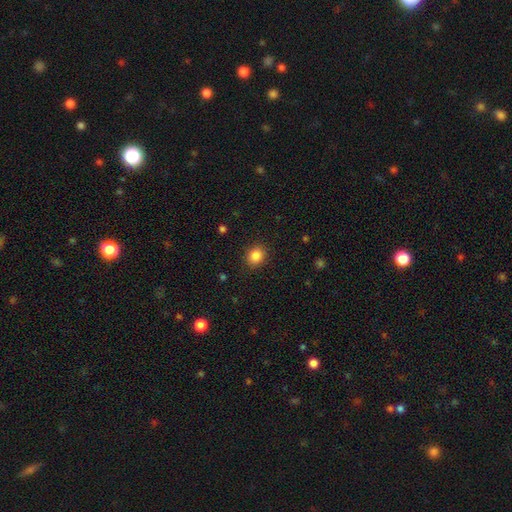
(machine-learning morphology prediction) This appears to be a smooth galaxy with no disk features (86%) that is round (70%). Merging: none (89%).